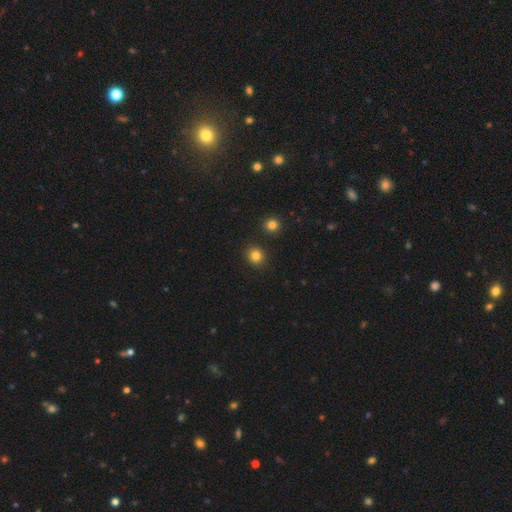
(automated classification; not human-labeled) The model was most divided on "how rounded": round: 84%, in between: 15%, cigar-shaped: 1%. More confident: merging — none (89%); smooth or featured — smooth (83%).